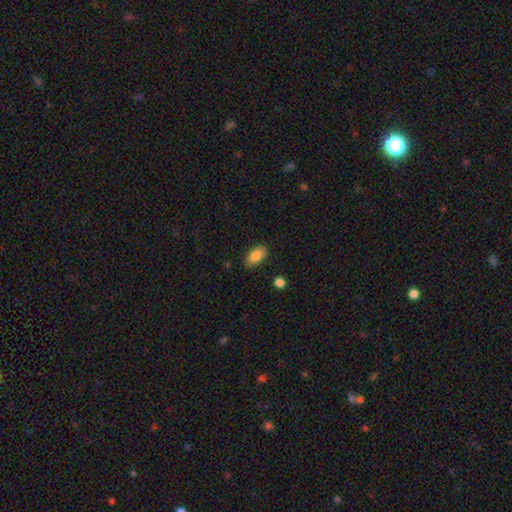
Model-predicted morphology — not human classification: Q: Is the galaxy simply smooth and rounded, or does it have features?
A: smooth — 84%.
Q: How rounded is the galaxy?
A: in between — 92%.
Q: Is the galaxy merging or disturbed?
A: none — 85%.